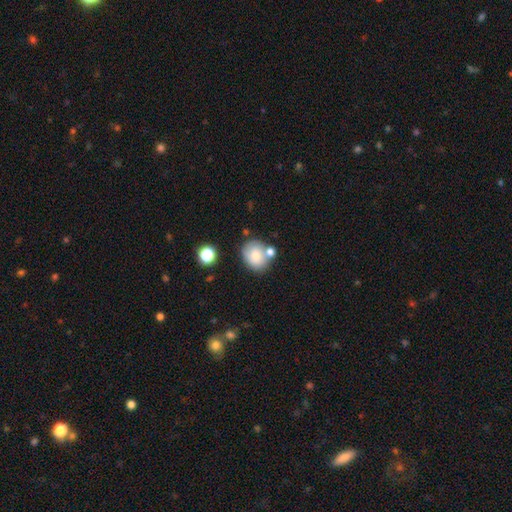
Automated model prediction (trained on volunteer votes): This is likely a smooth galaxy (74%). How rounded: possibly round (60%). Merging: possibly none (56%).